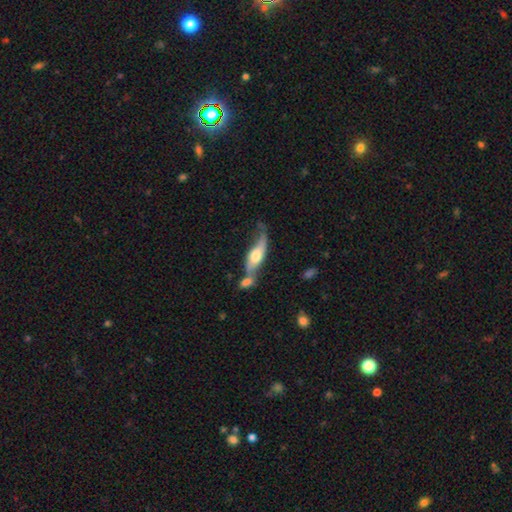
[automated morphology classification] smooth-or-featured: featured or disk: 58% | smooth: 36% | star or artifact: 6%
  disk-edge-on: yes: 53% | no: 47%
  merging: merger: 38% | none: 32% | minor disturbance: 19% | major disturbance: 11%